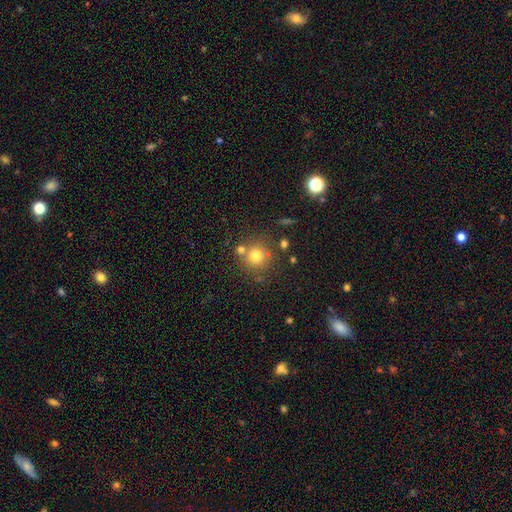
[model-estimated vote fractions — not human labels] Smooth or featured: smooth — 75% (star or artifact — 14%)
How rounded: round — 92% (in between — 7%)
Merging: none — 72% (merger — 14%)